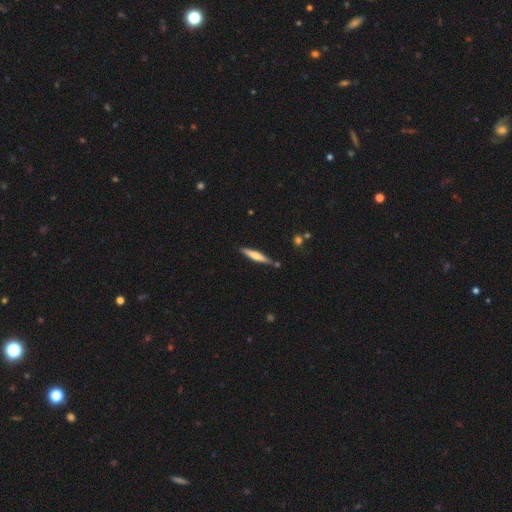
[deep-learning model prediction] This is possibly a smooth galaxy (52%). How rounded: clearly cigar-shaped (89%). Merging: clearly none (83%).